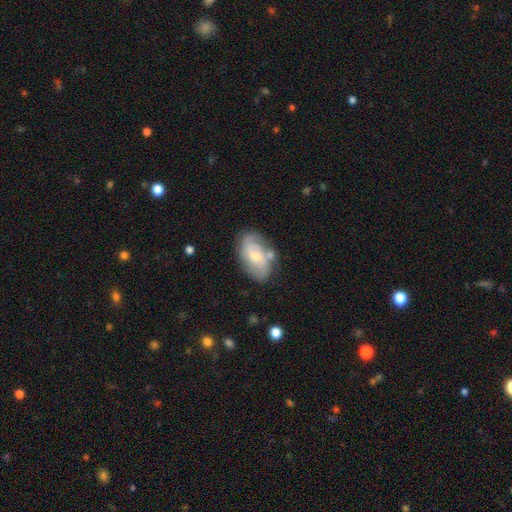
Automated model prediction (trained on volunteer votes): Smooth or featured? featured or disk (58%)
Edge-on disk? no (94%)
Bar? no (57%)
Spiral arms? yes (79%)
Bulge size? moderate (49%)
Merging? none (63%)